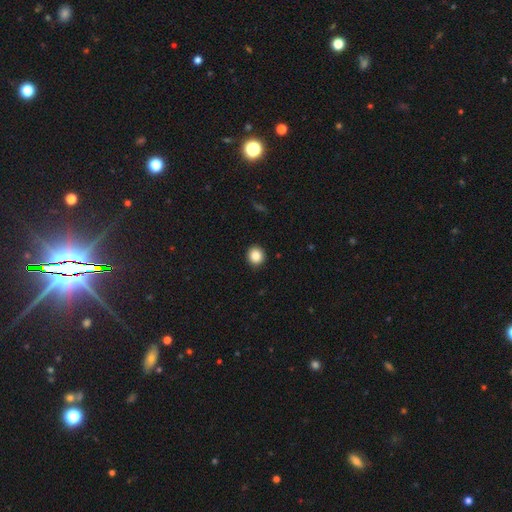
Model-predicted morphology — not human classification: This is clearly a smooth galaxy (86%). How rounded: clearly round (91%). Merging: clearly none (92%).